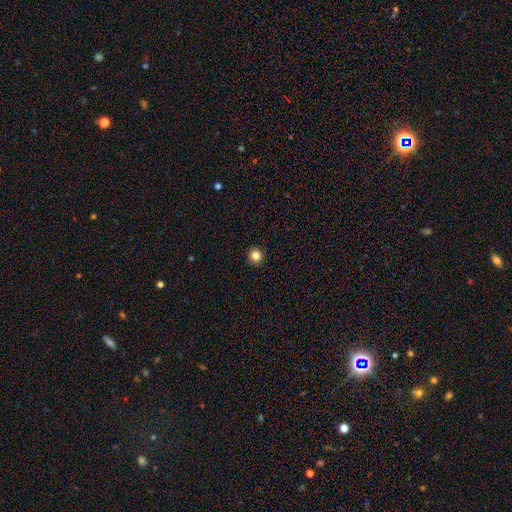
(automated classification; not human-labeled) Smooth or featured: smooth — 83% (star or artifact — 12%)
How rounded: round — 93% (in between — 6%)
Merging: none — 93% (minor disturbance — 4%)